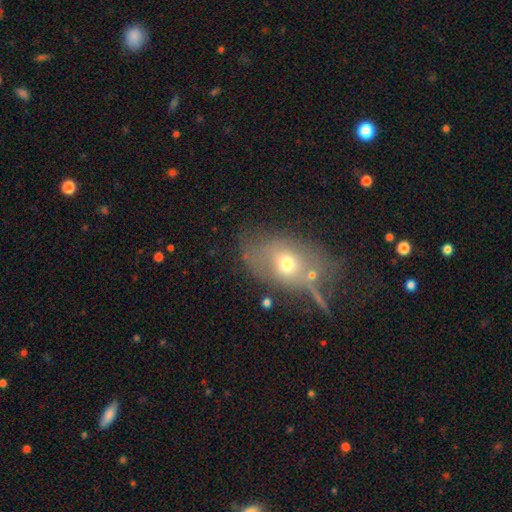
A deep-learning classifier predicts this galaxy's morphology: smooth-or-featured: smooth: 52% | featured or disk: 31% | star or artifact: 16%
  how-rounded: in between: 72% | round: 25% | cigar-shaped: 2%
  merging: none: 51% | minor disturbance: 21% | major disturbance: 14% | merger: 14%